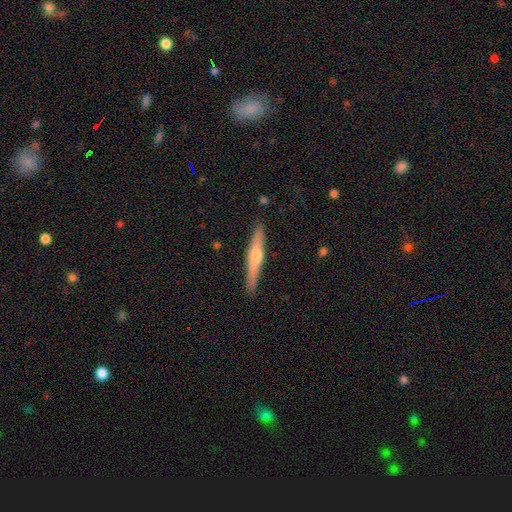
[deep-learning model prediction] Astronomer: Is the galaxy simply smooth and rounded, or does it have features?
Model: featured or disk — 67%.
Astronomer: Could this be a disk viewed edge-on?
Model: yes — 97%.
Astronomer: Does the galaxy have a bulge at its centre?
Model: rounded — 84%.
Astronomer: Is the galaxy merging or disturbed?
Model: none — 89%.